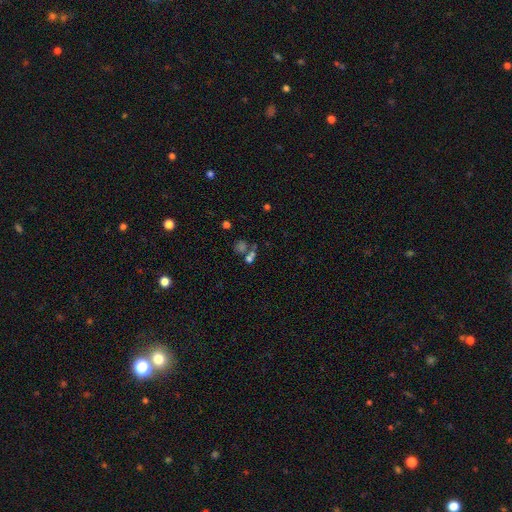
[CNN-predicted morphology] Smooth or featured? Predicted: star or artifact (p=0.46).